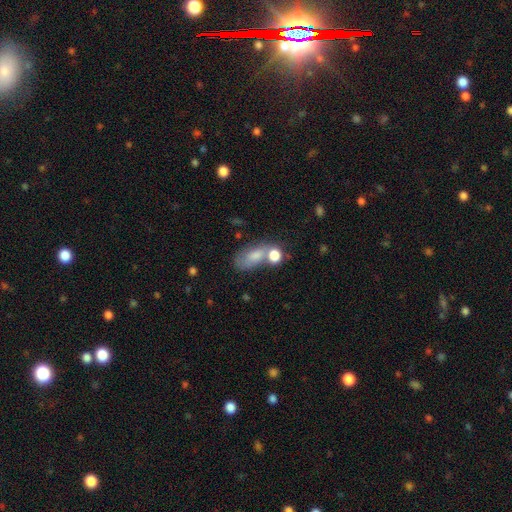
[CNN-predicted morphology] Overall: smooth (73%). How rounded: in between (82%). Merging: merger (37%; none 32%).